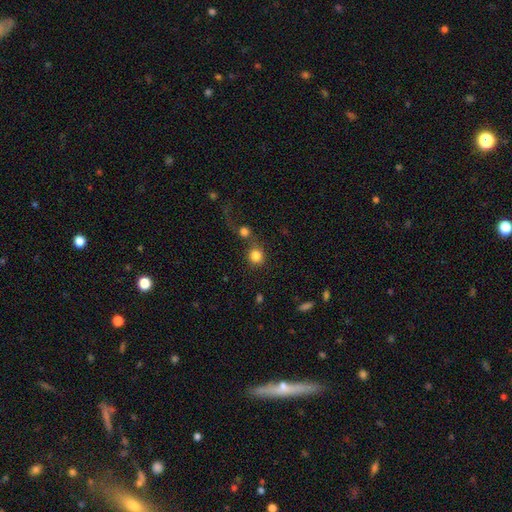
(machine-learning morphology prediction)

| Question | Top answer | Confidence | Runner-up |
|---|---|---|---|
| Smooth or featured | smooth | 84% | star or artifact (10%) |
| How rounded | round | 88% | in between (11%) |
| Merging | none | 56% | merger (28%) |